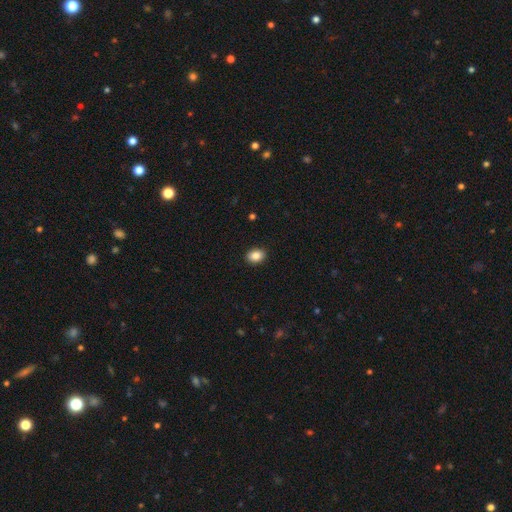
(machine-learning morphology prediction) Smooth or featured? Predicted: smooth (p=0.87). How rounded? Predicted: in between (p=0.71). Merging? Predicted: none (p=0.91).